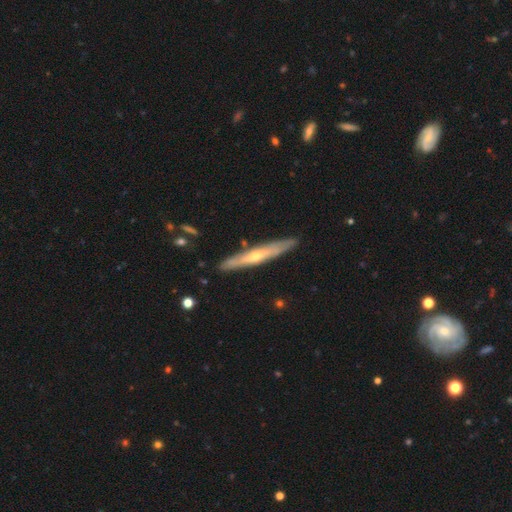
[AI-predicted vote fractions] This appears to be a featured or disk galaxy (64%) viewed edge-on (90%) with a rounded central bulge (73%). Merging: none (87%).